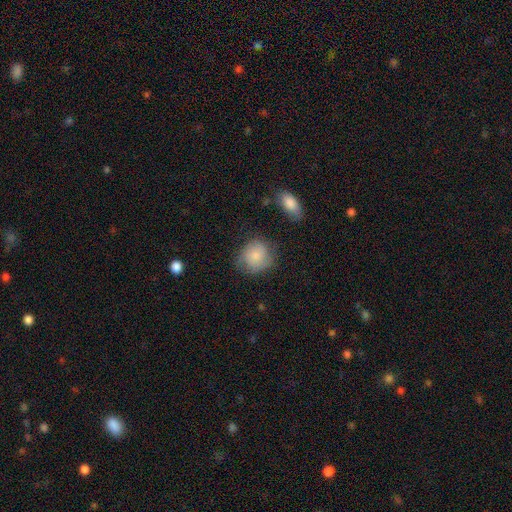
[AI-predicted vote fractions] Overall: smooth (77%). How rounded: round (77%). Merging: none (66%).